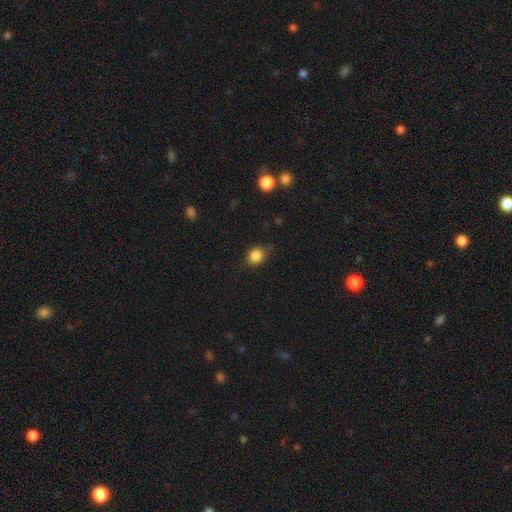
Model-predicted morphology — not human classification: Overall: smooth (85%). How rounded: round (69%; in between 30%). Merging: none (69%).